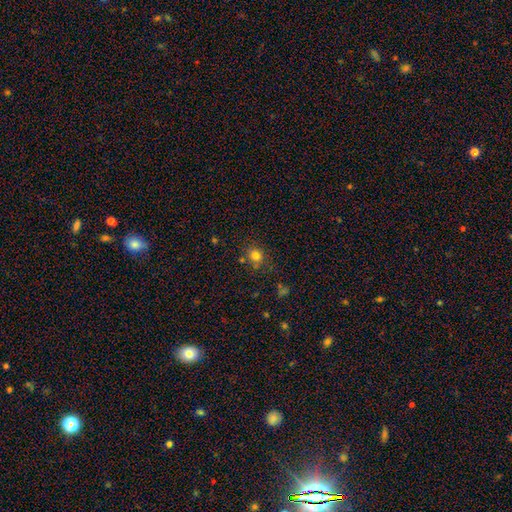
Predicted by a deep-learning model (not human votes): Morphology: type=smooth (79%); roundness=round (81%); merging=none (75%).